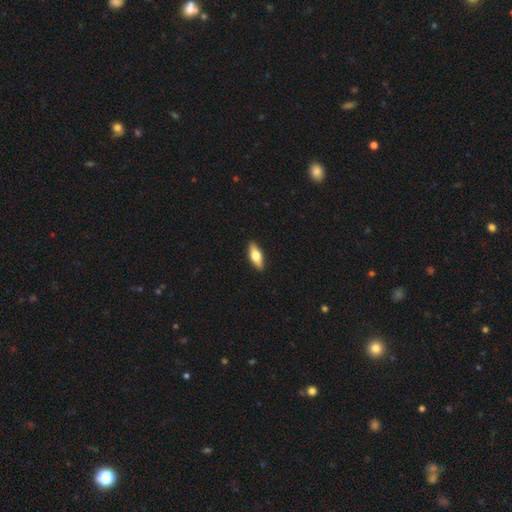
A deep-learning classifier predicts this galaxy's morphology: smooth_or_featured: smooth (p=0.56) [alt: featured or disk p=0.38]
how_rounded: in between (p=0.66) [alt: cigar-shaped p=0.31]
merging: none (p=0.90) [alt: minor disturbance p=0.07]